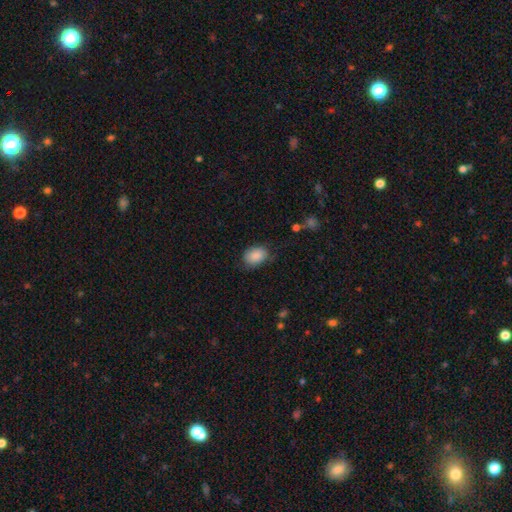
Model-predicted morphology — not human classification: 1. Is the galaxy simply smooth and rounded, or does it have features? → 87% smooth, 7% star or artifact, 6% featured or disk.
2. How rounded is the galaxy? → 76% in between, 23% round, 1% cigar-shaped.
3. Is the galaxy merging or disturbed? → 69% none, 23% minor disturbance, 6% major disturbance, 2% merger.